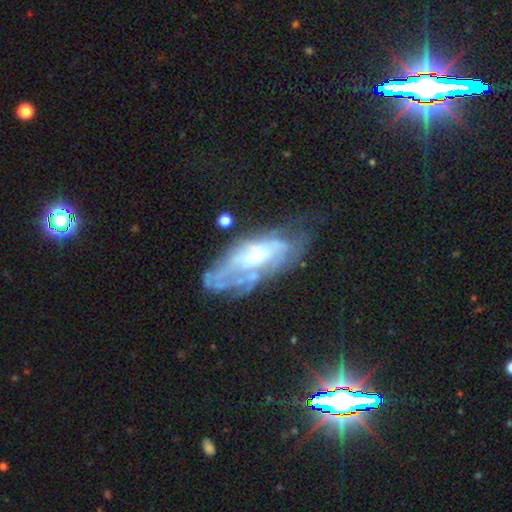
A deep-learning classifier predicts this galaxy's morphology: smooth_or_featured: featured or disk (p=0.69) [alt: smooth p=0.22]
disk_edge_on: no (p=0.87) [alt: yes p=0.13]
bar: no (p=0.74) [alt: weak p=0.21]
has_spiral_arms: yes (p=0.61) [alt: no p=0.39]
bulge_size: small (p=0.51) [alt: moderate p=0.34]
merging: none (p=0.45) [alt: minor disturbance p=0.27]